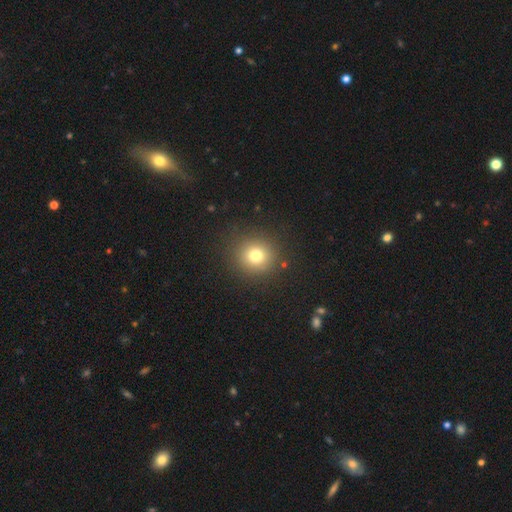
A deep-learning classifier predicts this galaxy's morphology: Q: Smooth or featured?
A: smooth (76%); runner-up: star or artifact (15%)
Q: How rounded?
A: round (90%); runner-up: in between (9%)
Q: Merging?
A: none (88%); runner-up: minor disturbance (7%)